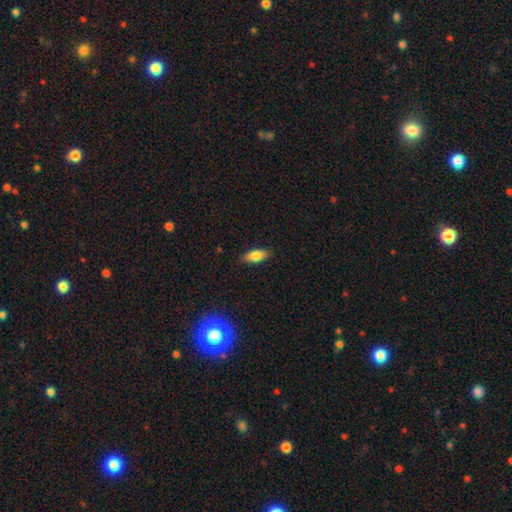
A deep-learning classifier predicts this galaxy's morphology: A smooth galaxy with no disk features (79%) that is in between round and cigar-shaped (82%). Merging: none (85%).